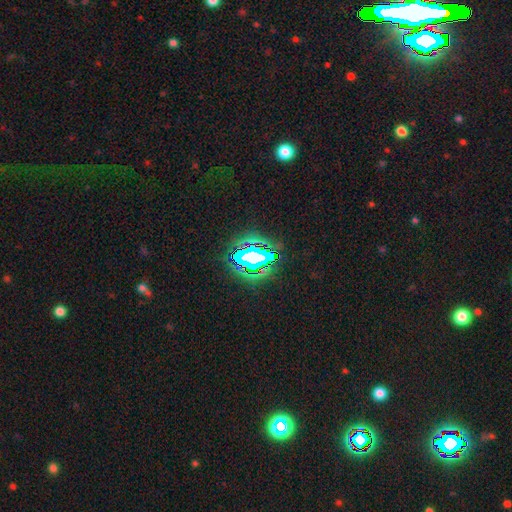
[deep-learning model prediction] The model was most divided on "smooth or featured": star or artifact: 67%, smooth: 18%, featured or disk: 15%.